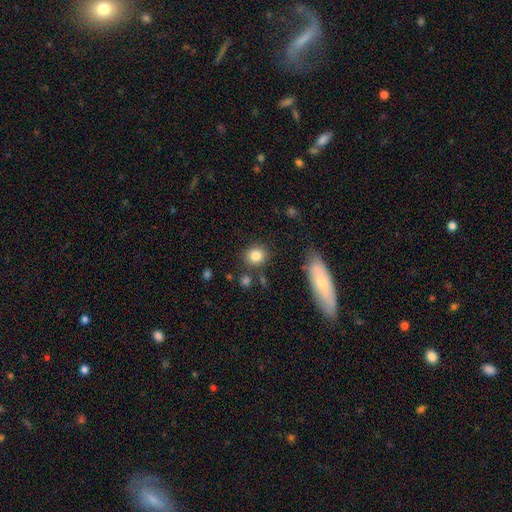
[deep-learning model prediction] Smooth or featured?
  - smooth: 83% *
  - star or artifact: 10%
  - featured or disk: 7%
How rounded?
  - round: 71% *
  - in between: 27%
  - cigar-shaped: 1%
Merging?
  - none: 81% *
  - minor disturbance: 10%
  - merger: 5%
  - major disturbance: 4%